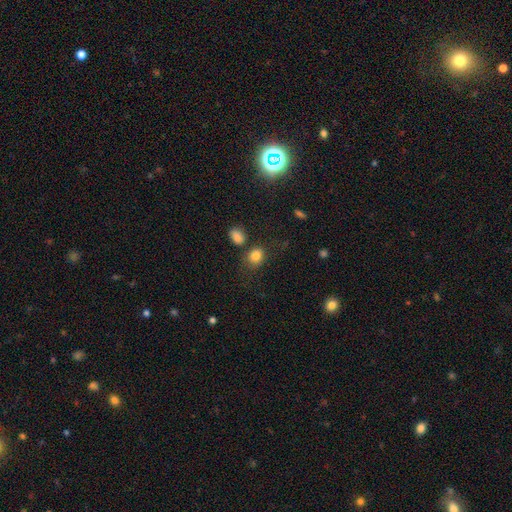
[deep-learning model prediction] Smooth or featured: smooth — 82% (star or artifact — 11%)
How rounded: round — 58% (in between — 41%)
Merging: none — 67% (minor disturbance — 15%)